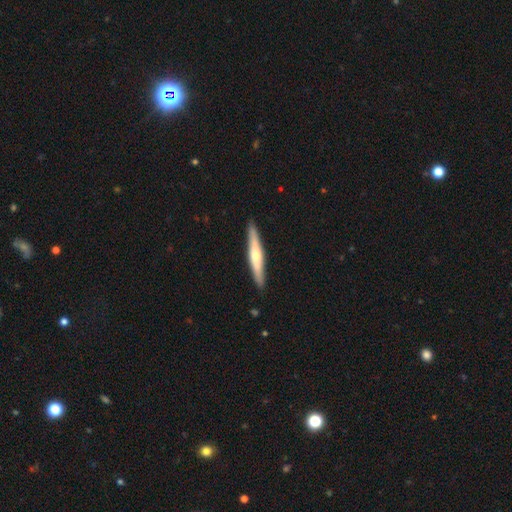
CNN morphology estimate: Smooth or featured?
  - featured or disk: 54% *
  - smooth: 41%
  - star or artifact: 5%
Edge-on disk?
  - yes: 95% *
  - no: 5%
Edge-on bulge?
  - rounded: 78% *
  - none: 16%
  - boxy: 6%
Merging?
  - none: 91% *
  - minor disturbance: 7%
  - major disturbance: 1%
  - merger: 1%